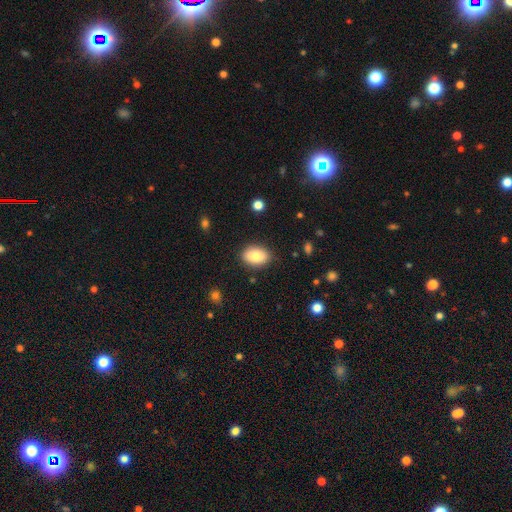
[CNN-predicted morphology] smooth_or_featured: smooth (p=0.83) [alt: featured or disk p=0.10]
how_rounded: in between (p=0.85) [alt: round p=0.14]
merging: none (p=0.85) [alt: minor disturbance p=0.11]